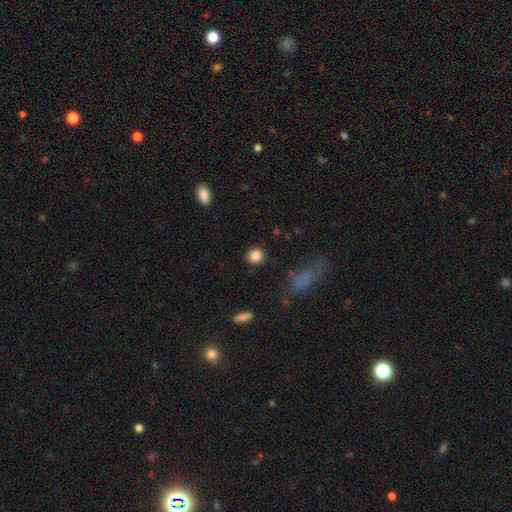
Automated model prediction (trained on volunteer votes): This appears to be a smooth galaxy with no disk features (84%) that is round (84%). Merging: none (84%).